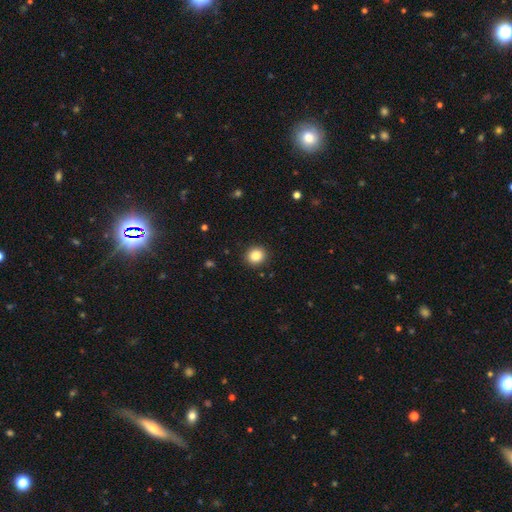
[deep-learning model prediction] Q: Smooth or featured?
A: smooth (85%); runner-up: star or artifact (10%)
Q: How rounded?
A: round (84%); runner-up: in between (15%)
Q: Merging?
A: none (91%); runner-up: minor disturbance (6%)